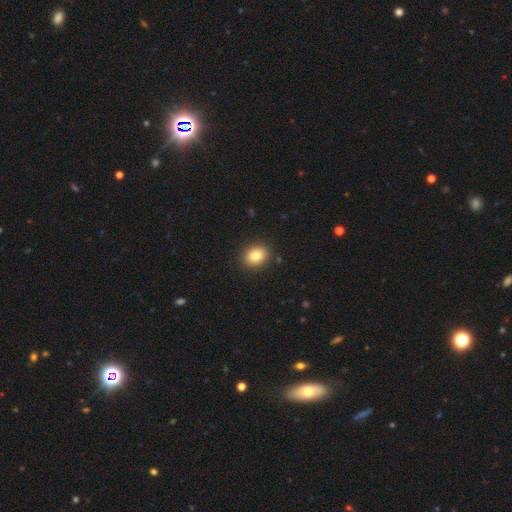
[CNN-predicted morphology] smooth_or_featured: smooth (p=0.82) [alt: star or artifact p=0.10]
how_rounded: round (p=0.59) [alt: in between p=0.40]
merging: none (p=0.90) [alt: minor disturbance p=0.07]